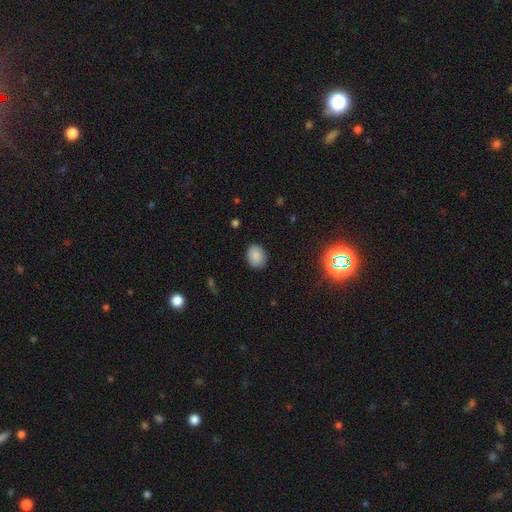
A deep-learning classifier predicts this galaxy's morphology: Smooth or featured? Predicted: smooth (p=0.86). How rounded? Predicted: in between (p=0.54). Merging? Predicted: none (p=0.87).